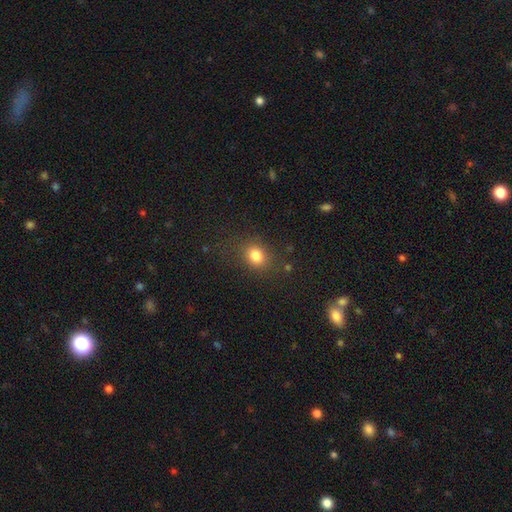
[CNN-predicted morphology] smooth-or-featured: smooth: 80% | star or artifact: 13% | featured or disk: 7%
  how-rounded: round: 53% | in between: 46% | cigar-shaped: 1%
  merging: none: 80% | minor disturbance: 13% | major disturbance: 5% | merger: 2%